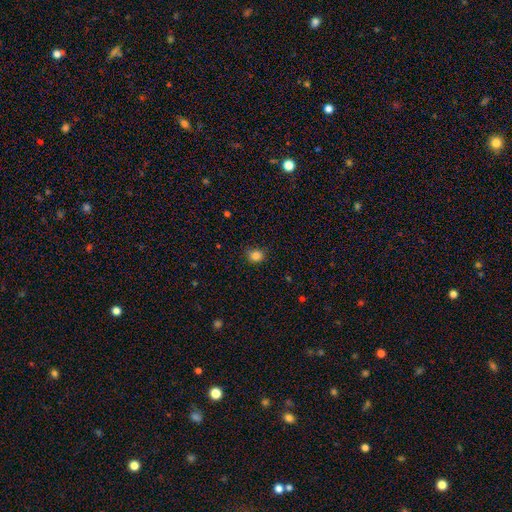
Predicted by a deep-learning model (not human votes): Morphology: type=smooth (84%); roundness=round (73%); merging=none (81%).